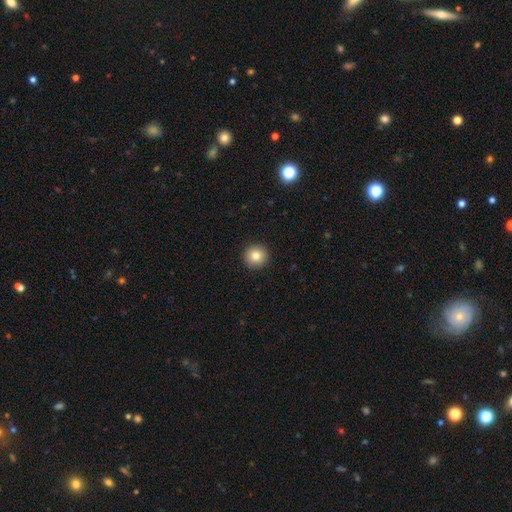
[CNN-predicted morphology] smooth 83%, star or artifact 10%, featured or disk 7%. Down the decision tree: how rounded — round (95%); merging — none (93%).